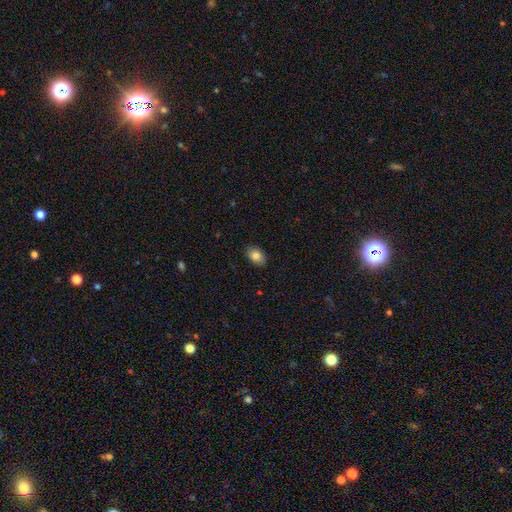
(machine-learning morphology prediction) Smooth or featured: smooth — 84% (star or artifact — 8%)
How rounded: in between — 81% (round — 18%)
Merging: none — 88% (minor disturbance — 9%)